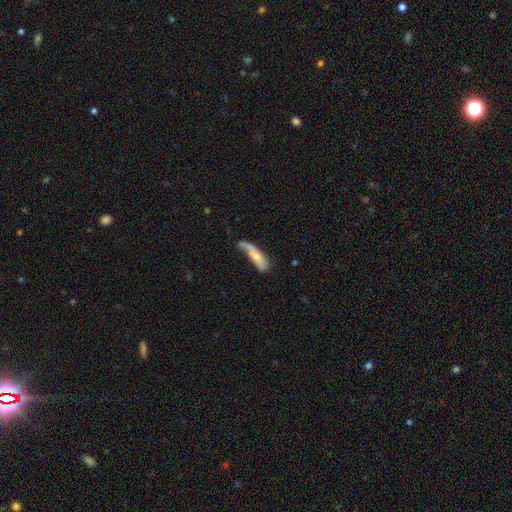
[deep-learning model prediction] A smooth galaxy with no disk features (62%) that is cigar-shaped (58%). Merging: none (30%).